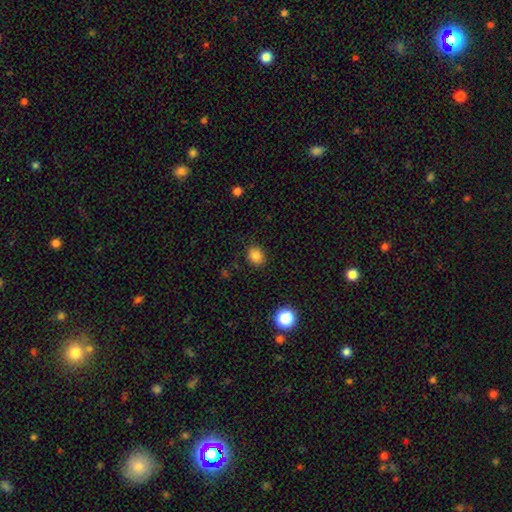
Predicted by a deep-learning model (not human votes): smooth-or-featured: smooth: 83% | star or artifact: 12% | featured or disk: 5%
  how-rounded: round: 69% | in between: 30% | cigar-shaped: 1%
  merging: none: 86% | minor disturbance: 10% | major disturbance: 3% | merger: 1%